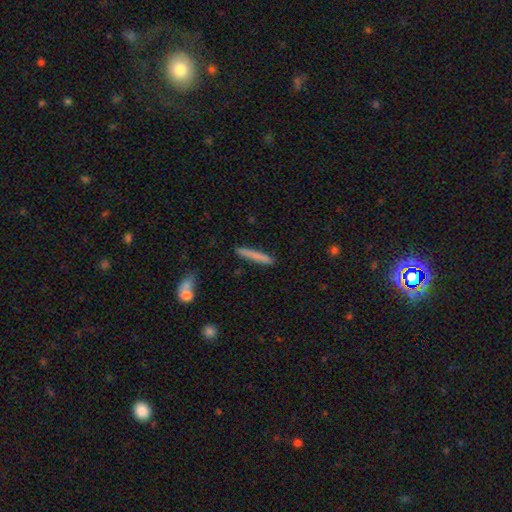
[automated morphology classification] A smooth galaxy with no disk features (76%) that is cigar-shaped (95%). Merging: none (87%).